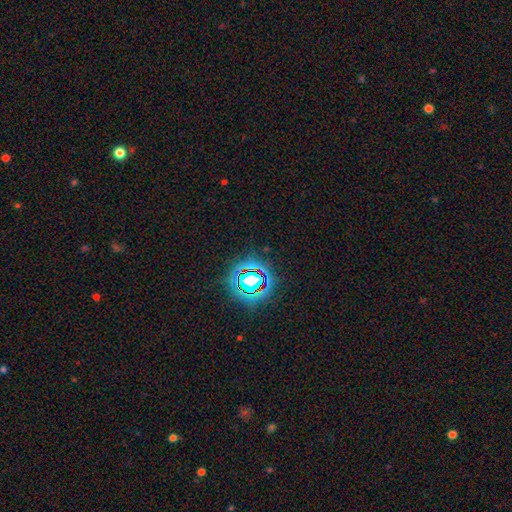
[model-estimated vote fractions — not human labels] This appears to be a star or artifact, not a galaxy (81%).